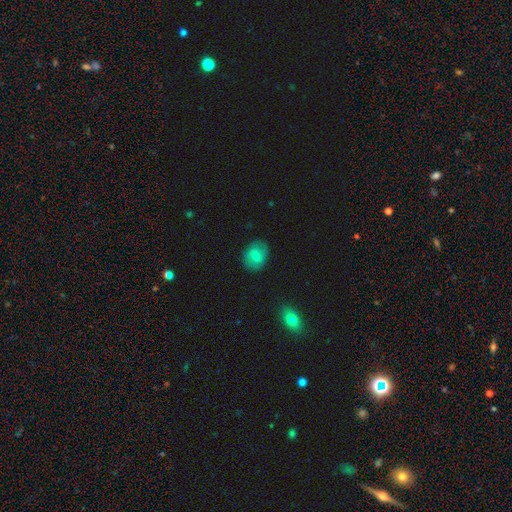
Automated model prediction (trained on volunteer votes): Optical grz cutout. It shows a smooth galaxy with no disk features (66%) that is in between round and cigar-shaped (55%). Merging: none (83%).